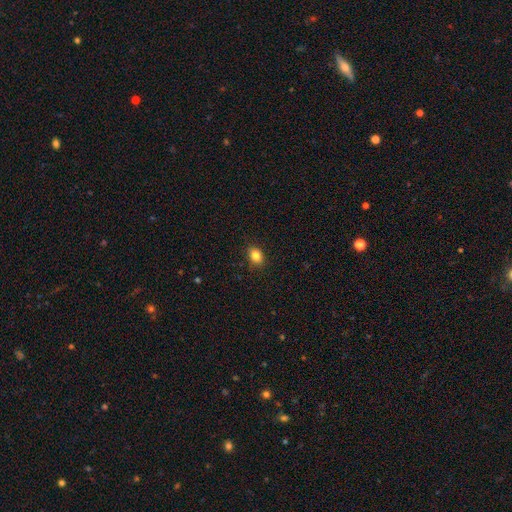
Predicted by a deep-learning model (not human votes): A smooth galaxy with no disk features (84%) that is in between round and cigar-shaped (70%). Merging: none (88%).